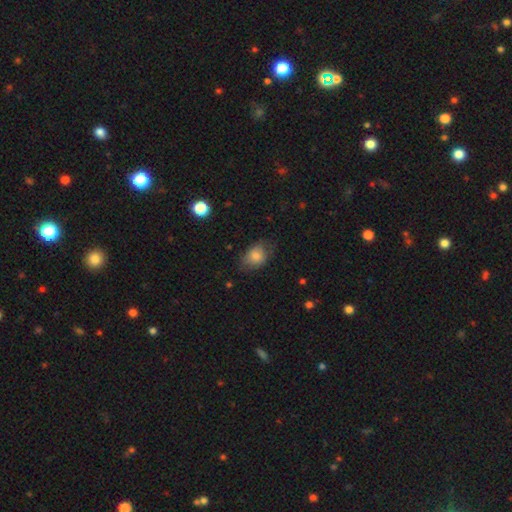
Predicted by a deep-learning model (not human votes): The model was most divided on "merging": none: 62%, minor disturbance: 27%, major disturbance: 10%, merger: 1%. More confident: smooth or featured — smooth (80%); how rounded — in between (70%).